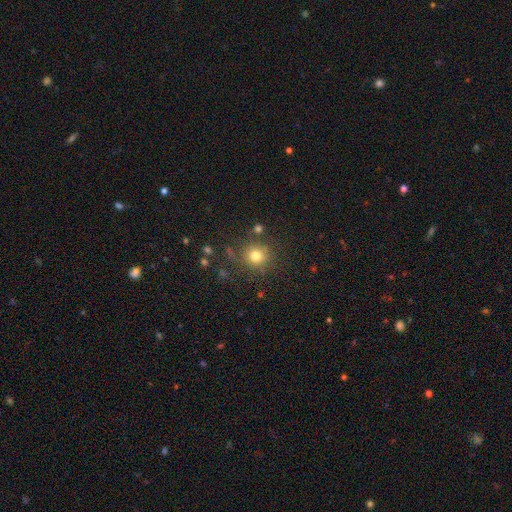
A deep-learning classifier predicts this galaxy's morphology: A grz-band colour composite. It shows a smooth galaxy with no disk features (77%) that is round (91%). Merging: none (81%).